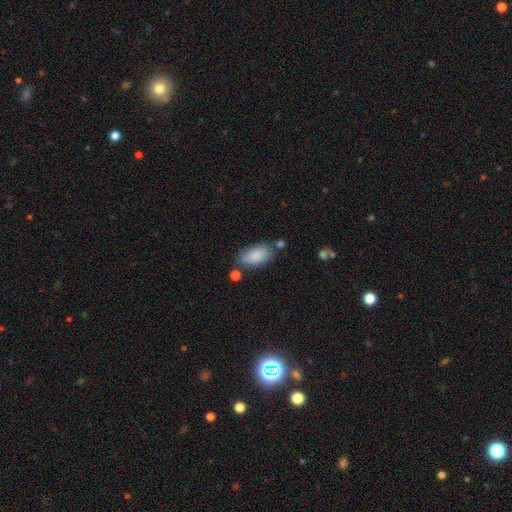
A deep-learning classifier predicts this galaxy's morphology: smooth-or-featured: smooth: 85% | featured or disk: 8% | star or artifact: 7%
  how-rounded: in between: 92% | cigar-shaped: 5% | round: 3%
  merging: none: 63% | minor disturbance: 22% | merger: 9% | major disturbance: 6%